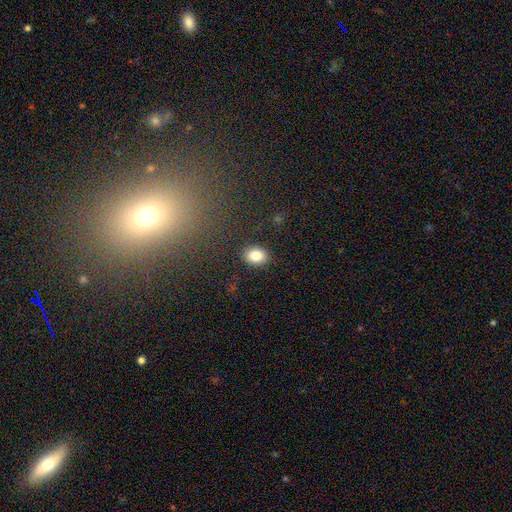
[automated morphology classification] Smooth or featured? Predicted: smooth (p=0.82). How rounded? Predicted: in between (p=0.52). Merging? Predicted: none (p=0.88).